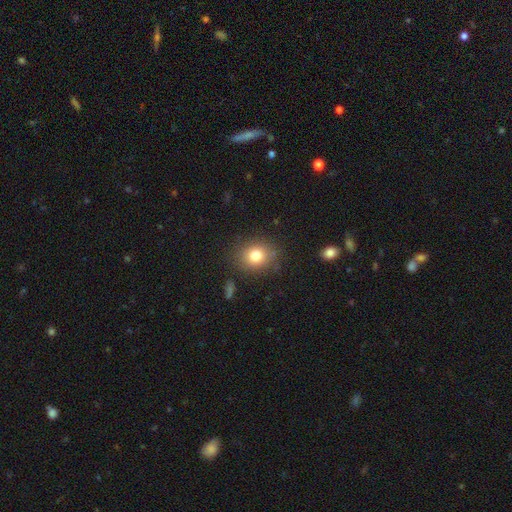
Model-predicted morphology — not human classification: smooth 80%, star or artifact 11%, featured or disk 9%. Down the decision tree: how rounded — round (67%); merging — none (83%).